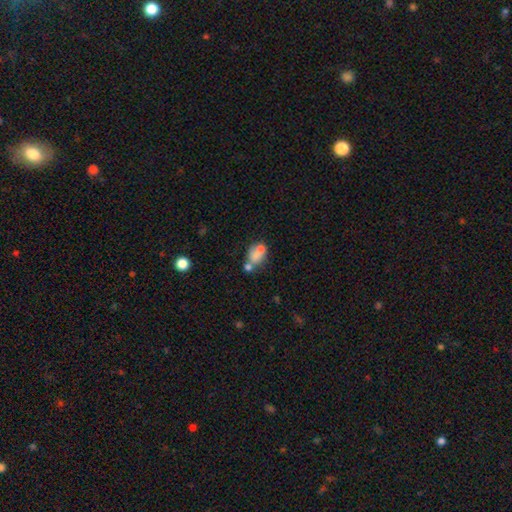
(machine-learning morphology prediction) This appears to be a smooth galaxy with no disk features (64%) that is in between round and cigar-shaped (66%). Merging: merger (48%).